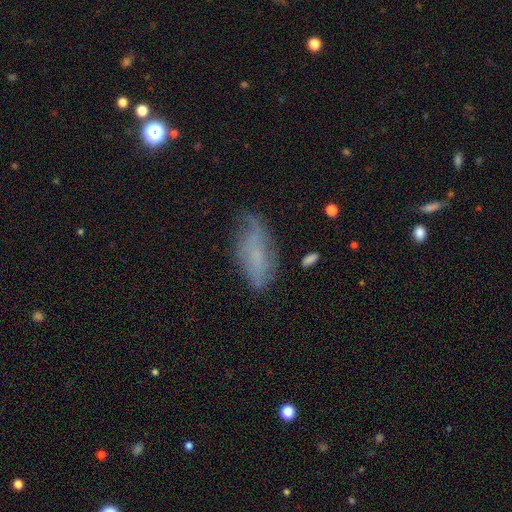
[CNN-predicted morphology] smooth 53%, featured or disk 35%, star or artifact 12%. Down the decision tree: how rounded — in between (79%); merging — none (60%).